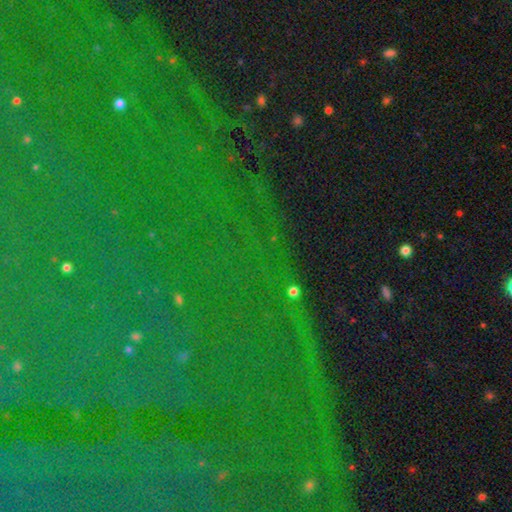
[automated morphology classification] The model was most divided on "smooth or featured": star or artifact: 81%, smooth: 10%, featured or disk: 8%.